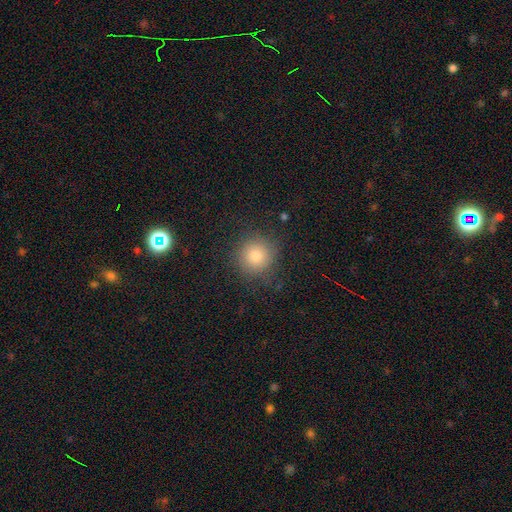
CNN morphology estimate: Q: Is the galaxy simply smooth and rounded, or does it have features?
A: smooth — 77%.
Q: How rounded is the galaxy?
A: round — 93%.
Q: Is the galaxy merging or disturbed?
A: none — 85%.